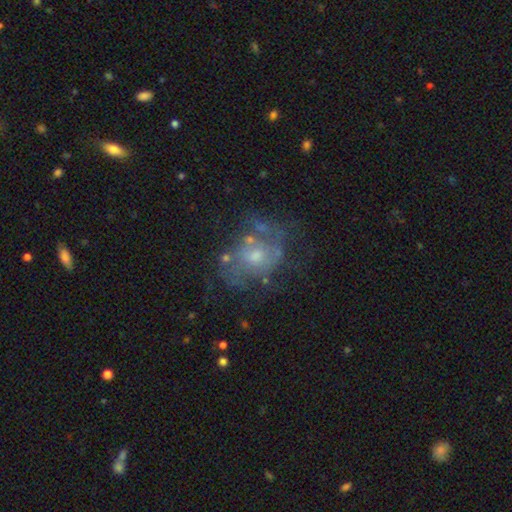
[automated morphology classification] Smooth or featured? featured or disk (65%)
Edge-on disk? no (97%)
Bar? no (78%)
Spiral arms? yes (59%)
Bulge size? moderate (51%)
Merging? none (52%)